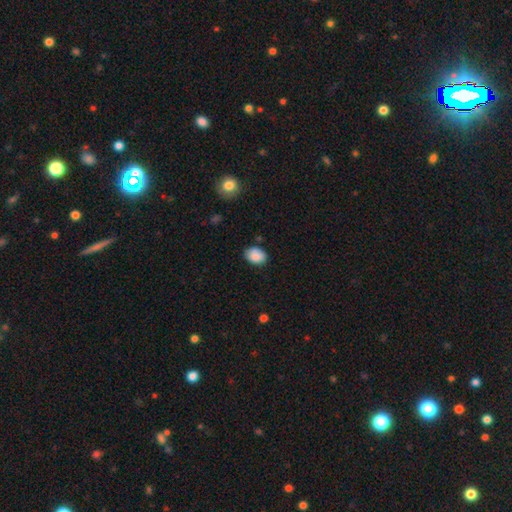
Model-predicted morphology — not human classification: Q: Smooth or featured?
A: smooth (85%); runner-up: star or artifact (8%)
Q: How rounded?
A: in between (68%); runner-up: round (31%)
Q: Merging?
A: none (73%); runner-up: minor disturbance (20%)